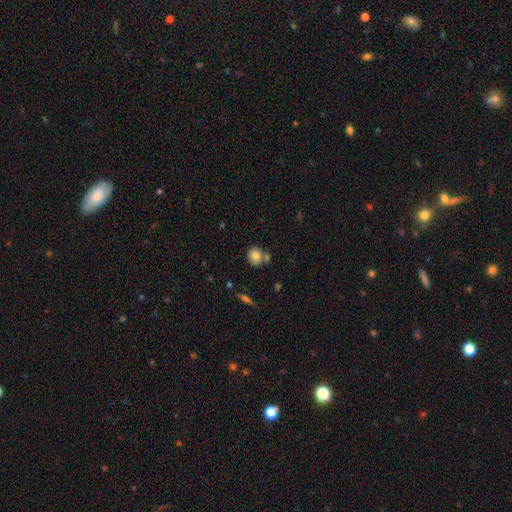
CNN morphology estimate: Smooth or featured: smooth — 82% (star or artifact — 9%)
How rounded: round — 71% (in between — 28%)
Merging: none — 63% (merger — 20%)